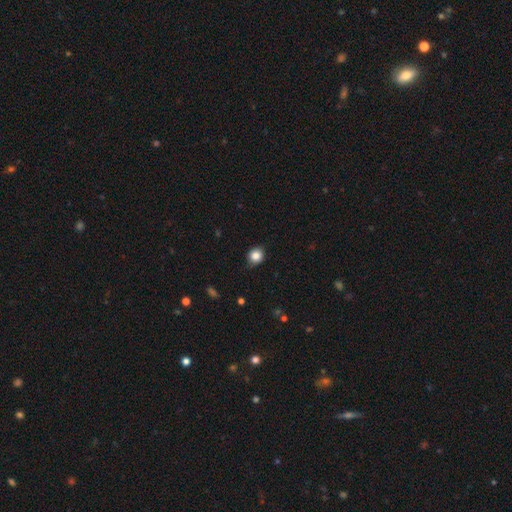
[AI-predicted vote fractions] This is clearly a smooth galaxy (84%). How rounded: likely round (74%). Merging: clearly none (83%).